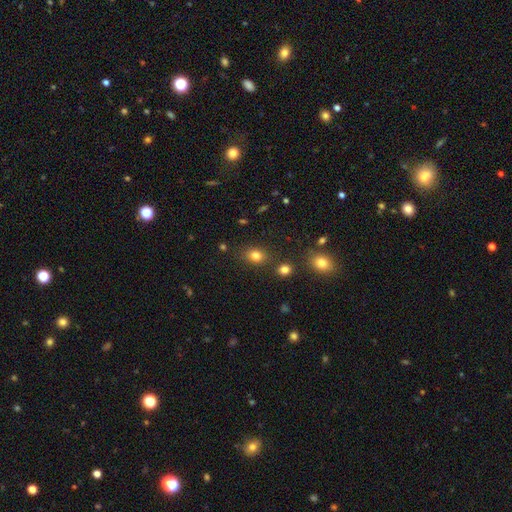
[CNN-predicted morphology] Overall: smooth (80%). How rounded: in between (52%; round 47%). Merging: none (80%).